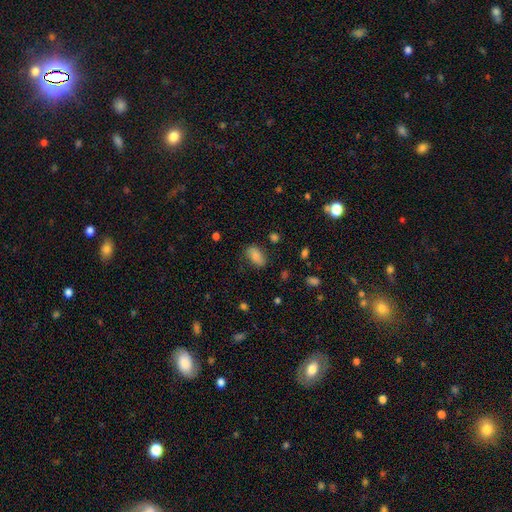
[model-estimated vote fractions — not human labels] Overall: smooth (80%). How rounded: in between (91%). Merging: none (69%).